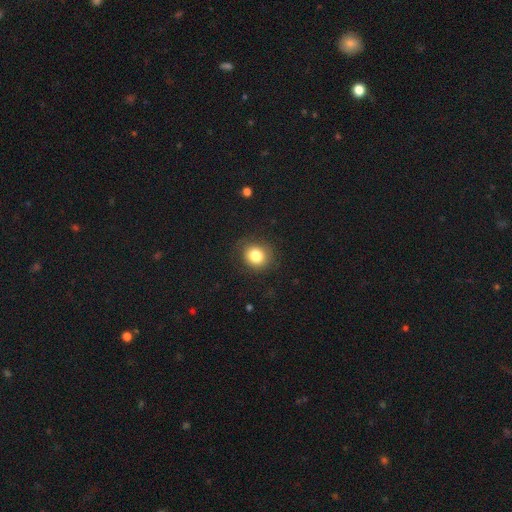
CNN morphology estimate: Smooth or featured? smooth (82%)
How rounded? round (82%)
Merging? none (85%)